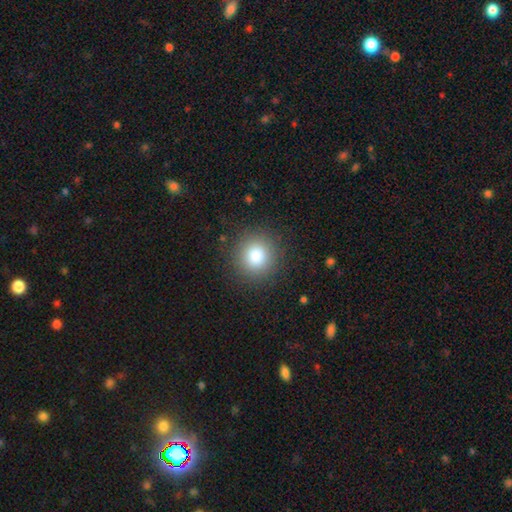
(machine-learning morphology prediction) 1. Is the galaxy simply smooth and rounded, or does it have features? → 83% smooth, 11% star or artifact, 6% featured or disk.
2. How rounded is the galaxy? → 92% round, 7% in between, 1% cigar-shaped.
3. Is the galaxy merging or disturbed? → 89% none, 7% minor disturbance, 3% major disturbance, 1% merger.